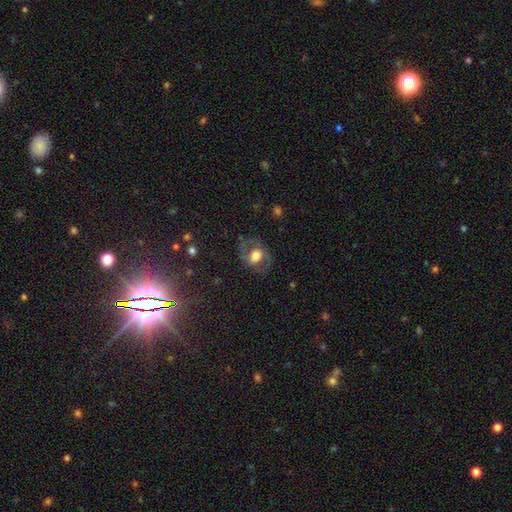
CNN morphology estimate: smooth_or_featured: featured or disk (p=0.52) [alt: smooth p=0.39]
disk_edge_on: no (p=0.95) [alt: yes p=0.05]
merging: none (p=0.71) [alt: minor disturbance p=0.16]